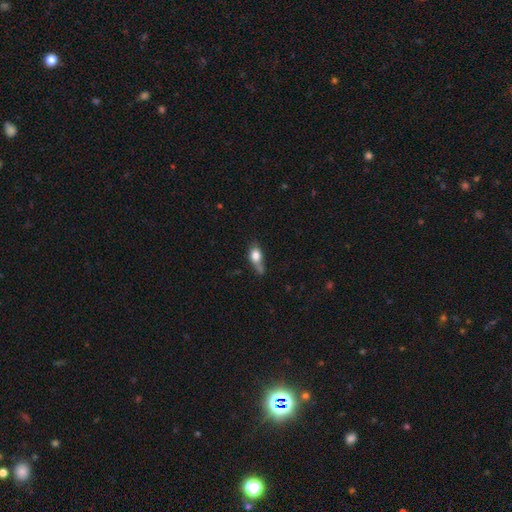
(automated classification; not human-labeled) smooth 75%, featured or disk 16%, star or artifact 9%. Down the decision tree: how rounded — in between (68%); merging — none (33%).